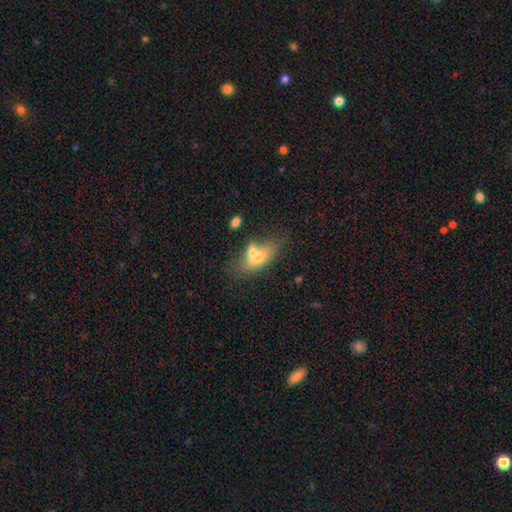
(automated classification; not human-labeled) Smooth or featured?
  - smooth: 62% *
  - featured or disk: 29%
  - star or artifact: 9%
How rounded?
  - in between: 79% *
  - cigar-shaped: 12%
  - round: 10%
Merging?
  - merger: 51% *
  - none: 29%
  - minor disturbance: 12%
  - major disturbance: 8%